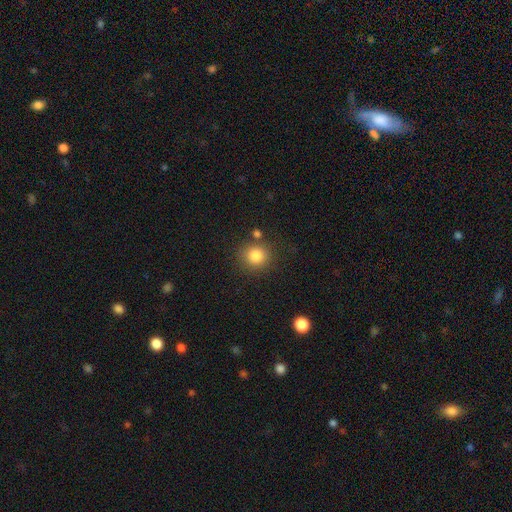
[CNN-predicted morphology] Smooth or featured? Predicted: smooth (p=0.84). How rounded? Predicted: round (p=0.88). Merging? Predicted: none (p=0.79).